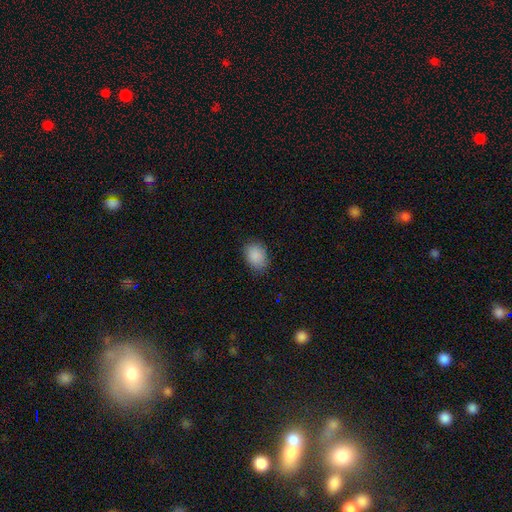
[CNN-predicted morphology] This is clearly a smooth galaxy (89%). How rounded: likely in between (72%). Merging: clearly none (82%).